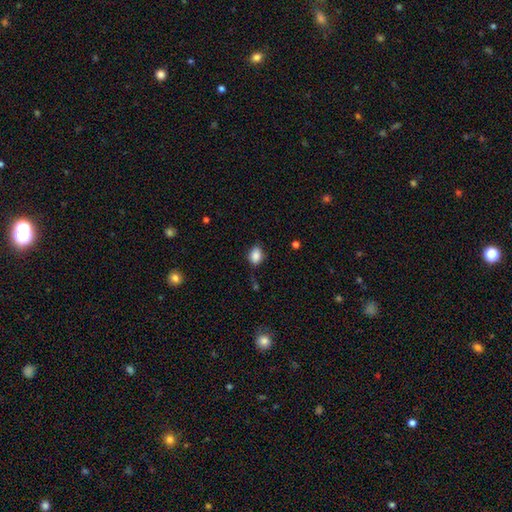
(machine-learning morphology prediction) Smooth or featured? smooth (87%)
How rounded? in between (73%)
Merging? none (76%)